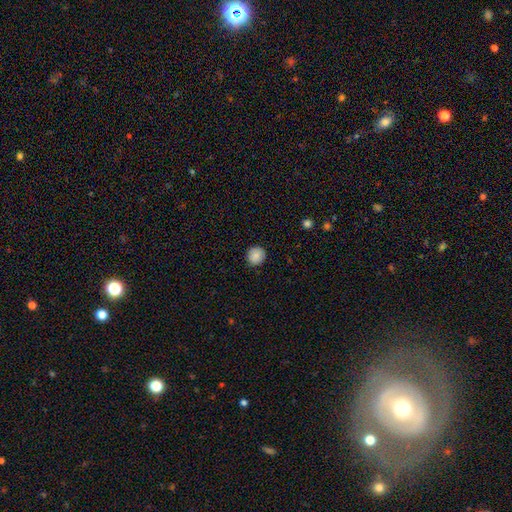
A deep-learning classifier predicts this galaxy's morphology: smooth 88%, star or artifact 8%, featured or disk 4%. Down the decision tree: how rounded — round (91%); merging — none (90%).